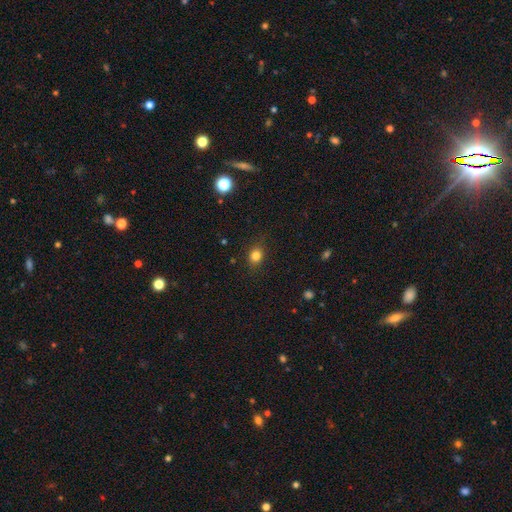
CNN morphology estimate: Overall: smooth (82%). How rounded: round (57%; in between 42%). Merging: none (85%).